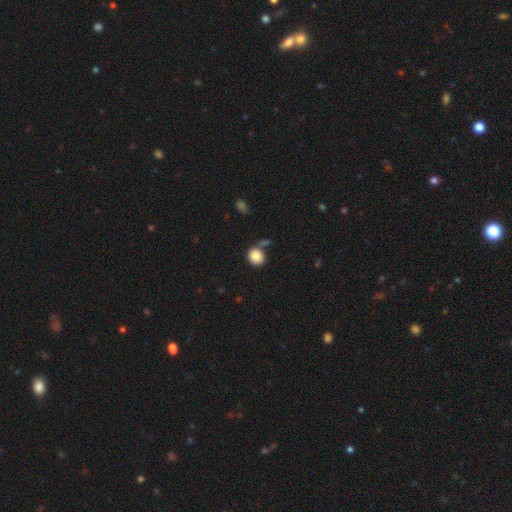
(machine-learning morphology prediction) Q: Smooth or featured?
A: smooth (85%); runner-up: star or artifact (9%)
Q: How rounded?
A: round (77%); runner-up: in between (22%)
Q: Merging?
A: none (70%); runner-up: merger (13%)